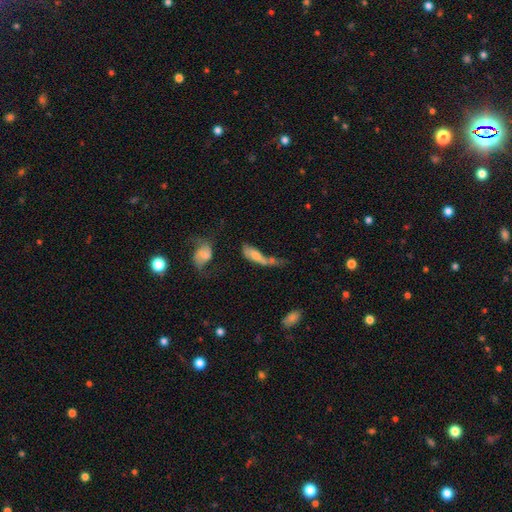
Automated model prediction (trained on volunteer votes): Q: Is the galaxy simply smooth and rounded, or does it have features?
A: smooth — 52%.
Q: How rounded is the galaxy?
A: in between — 56%.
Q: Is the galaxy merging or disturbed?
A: merger — 40%.